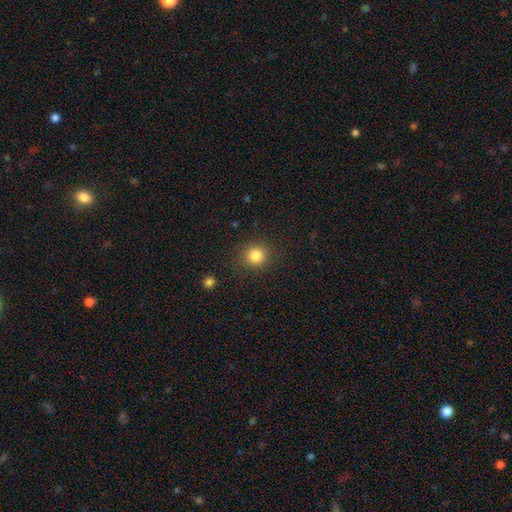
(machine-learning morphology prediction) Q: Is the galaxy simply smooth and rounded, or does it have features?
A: smooth — 83%.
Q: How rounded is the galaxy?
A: round — 91%.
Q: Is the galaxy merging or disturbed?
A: none — 88%.